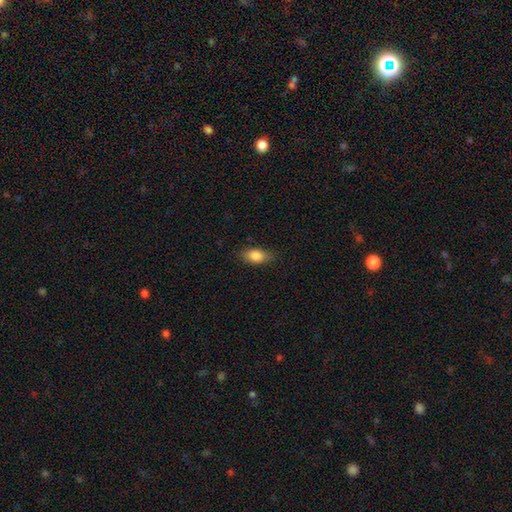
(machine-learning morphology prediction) smooth_or_featured: smooth (p=0.83) [alt: featured or disk p=0.10]
how_rounded: in between (p=0.85) [alt: round p=0.08]
merging: none (p=0.80) [alt: minor disturbance p=0.15]